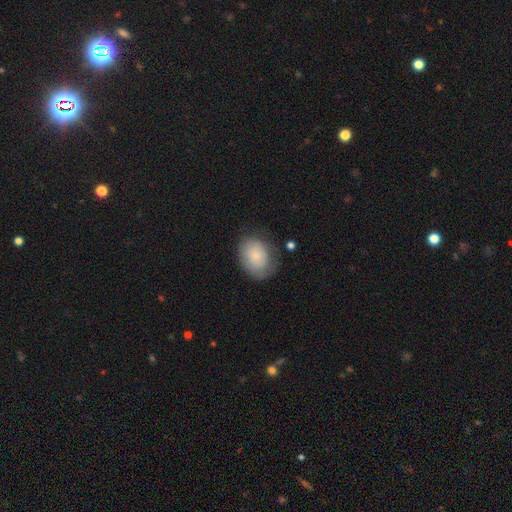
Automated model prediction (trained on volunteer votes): Q: Smooth or featured?
A: smooth (79%); runner-up: featured or disk (14%)
Q: How rounded?
A: in between (66%); runner-up: round (33%)
Q: Merging?
A: none (64%); runner-up: minor disturbance (25%)